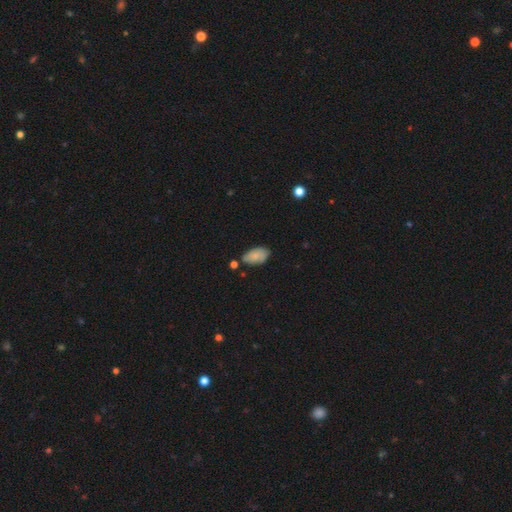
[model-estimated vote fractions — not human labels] This appears to be a smooth galaxy with no disk features (78%) that is in between round and cigar-shaped (94%). Merging: none (68%).